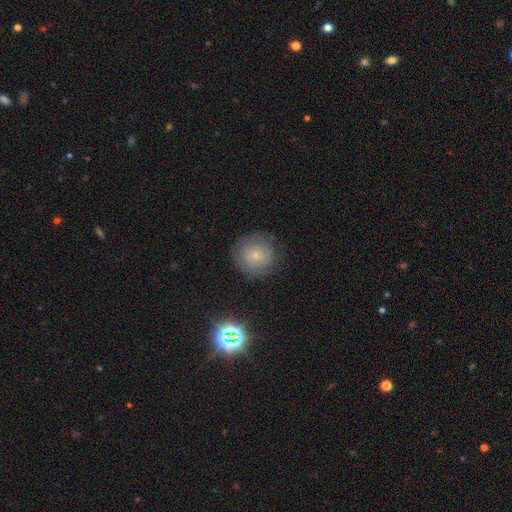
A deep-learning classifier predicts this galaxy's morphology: smooth 62%, featured or disk 25%, star or artifact 13%. Down the decision tree: how rounded — round (93%); merging — none (81%).